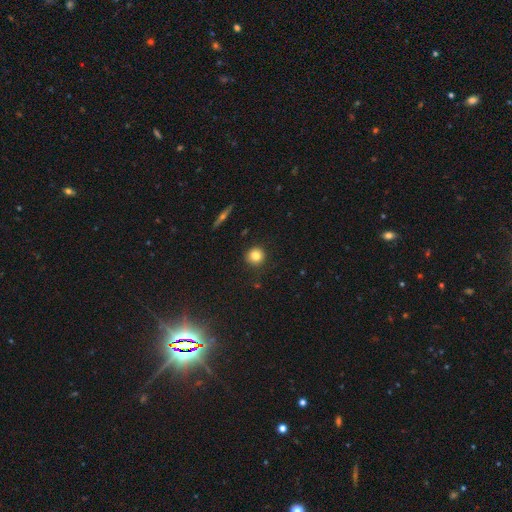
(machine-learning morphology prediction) Smooth or featured? smooth (82%)
How rounded? round (91%)
Merging? none (89%)